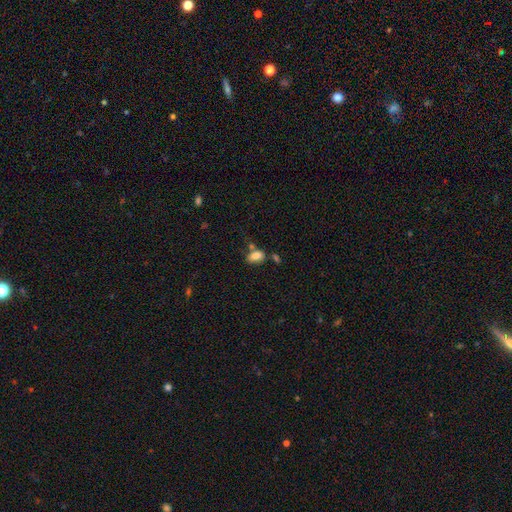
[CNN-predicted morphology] Smooth or featured? Predicted: smooth (p=0.81). How rounded? Predicted: in between (p=0.89). Merging? Predicted: none (p=0.55).